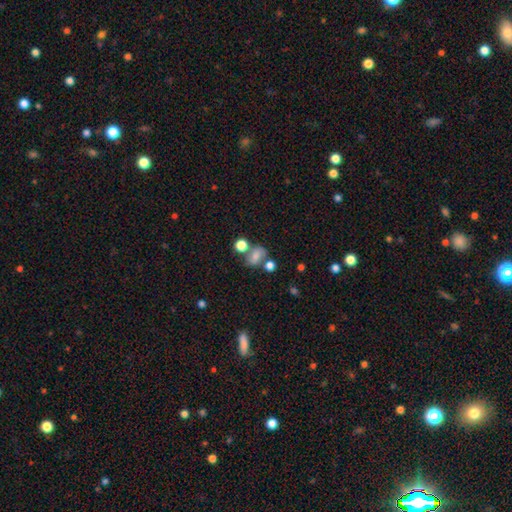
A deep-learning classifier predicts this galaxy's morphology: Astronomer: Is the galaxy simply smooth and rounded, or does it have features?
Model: smooth — 69%.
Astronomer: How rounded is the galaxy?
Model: in between — 60% (runner-up: round, 39%).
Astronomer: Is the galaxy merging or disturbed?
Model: none — 46% (runner-up: merger, 29%).